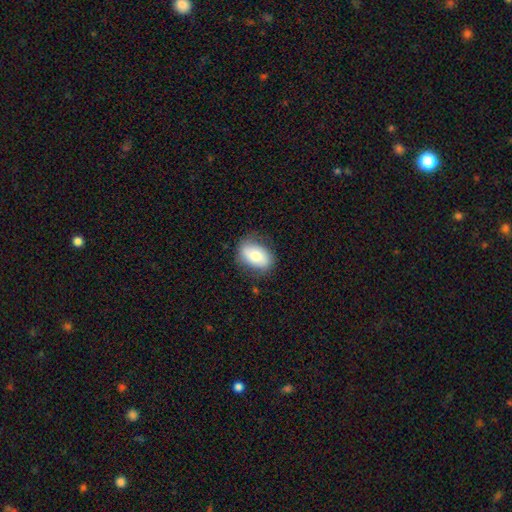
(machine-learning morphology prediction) A smooth galaxy with no disk features (68%) that is in between round and cigar-shaped (86%).

Vote fractions:
- Smooth or featured? smooth: 68% / featured or disk: 25% / star or artifact: 7%
- How rounded? in between: 86% / round: 12% / cigar-shaped: 2%
- Merging? none: 78% / minor disturbance: 17% / major disturbance: 4% / merger: 1%